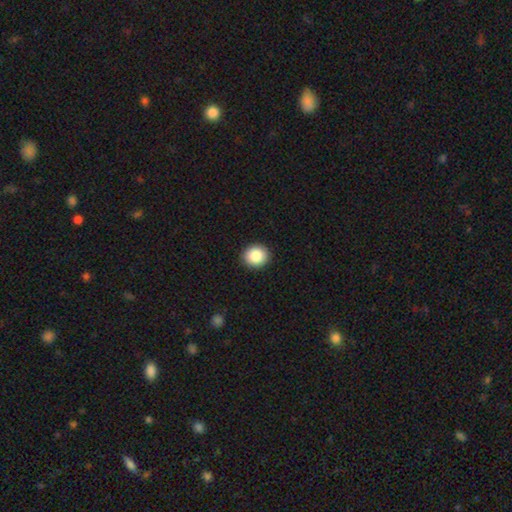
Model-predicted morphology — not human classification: Smooth or featured?
  - smooth: 87% *
  - star or artifact: 8%
  - featured or disk: 5%
How rounded?
  - round: 84% *
  - in between: 15%
  - cigar-shaped: 1%
Merging?
  - none: 92% *
  - minor disturbance: 5%
  - major disturbance: 2%
  - merger: 1%